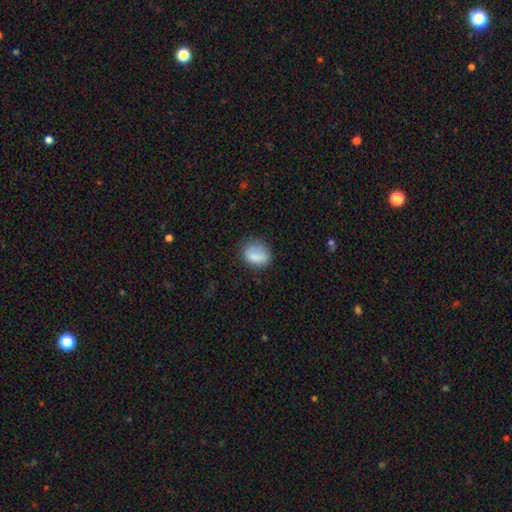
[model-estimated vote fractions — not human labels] This is clearly a smooth galaxy (83%). How rounded: possibly in between (57%). Merging: likely none (67%).